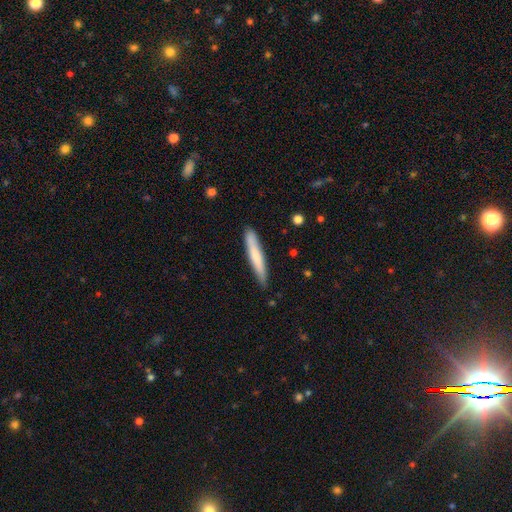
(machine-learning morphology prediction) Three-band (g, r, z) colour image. It shows a smooth galaxy with no disk features (68%) that is cigar-shaped (94%). Merging: none (85%).